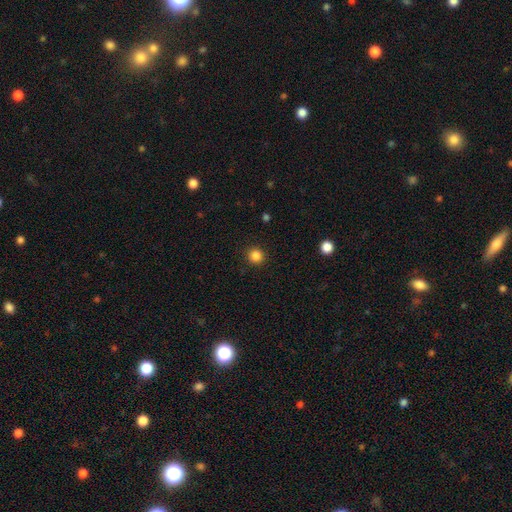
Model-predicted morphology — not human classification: Q: Smooth or featured?
A: smooth (85%); runner-up: star or artifact (12%)
Q: How rounded?
A: round (94%); runner-up: in between (5%)
Q: Merging?
A: none (92%); runner-up: minor disturbance (5%)